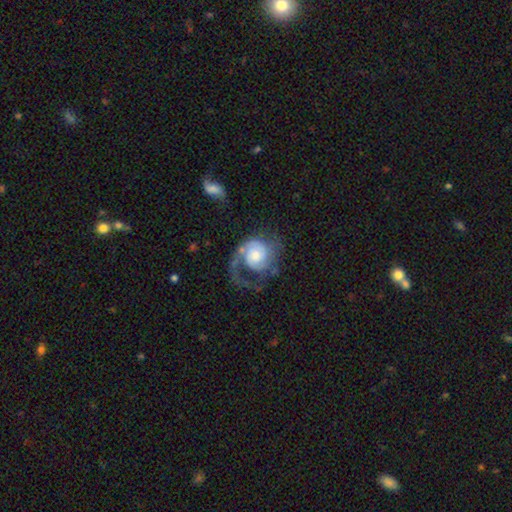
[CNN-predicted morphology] smooth-or-featured: featured or disk: 79% | smooth: 15% | star or artifact: 6%
  disk-edge-on: no: 98% | yes: 2%
    bar: no: 74% | weak: 23% | strong: 4%
    has-spiral-arms: yes: 94% | no: 6%
      spiral-winding: medium: 40% | tight: 35% | loose: 25%
      spiral-arm-count: 1: 54% | 2: 33% | can't tell: 7% | 3: 3% | 4: 2% | more than 4: 2%
    bulge-size: moderate: 43% | small: 26% | large: 23% | none: 5% | dominant: 4%
  merging: none: 45% | major disturbance: 35% | minor disturbance: 18% | merger: 3%